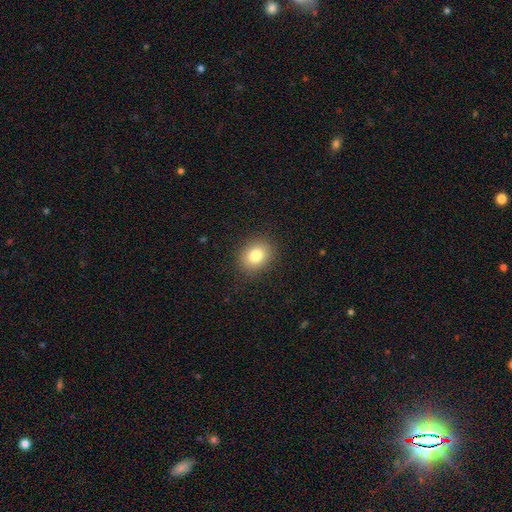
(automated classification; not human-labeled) Smooth or featured? smooth (82%)
How rounded? round (56%)
Merging? none (88%)